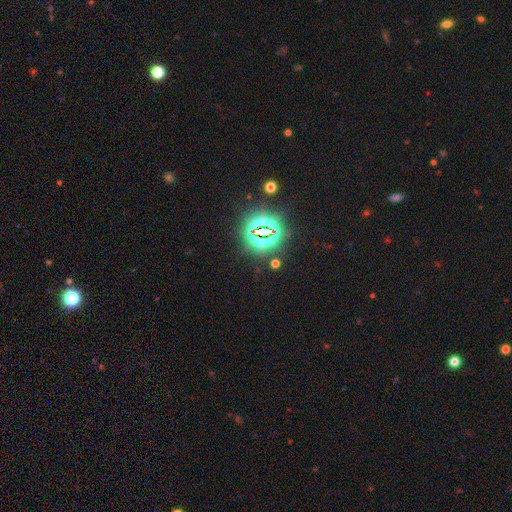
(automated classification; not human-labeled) Overall: star or artifact (83%).